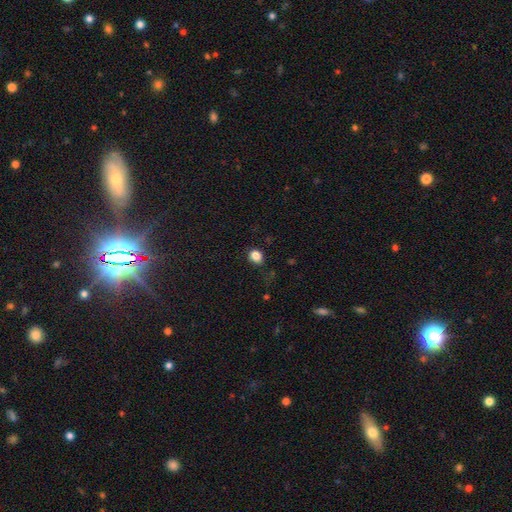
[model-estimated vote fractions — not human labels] Smooth or featured: smooth — 85% (star or artifact — 11%)
How rounded: round — 60% (in between — 39%)
Merging: none — 81% (minor disturbance — 13%)